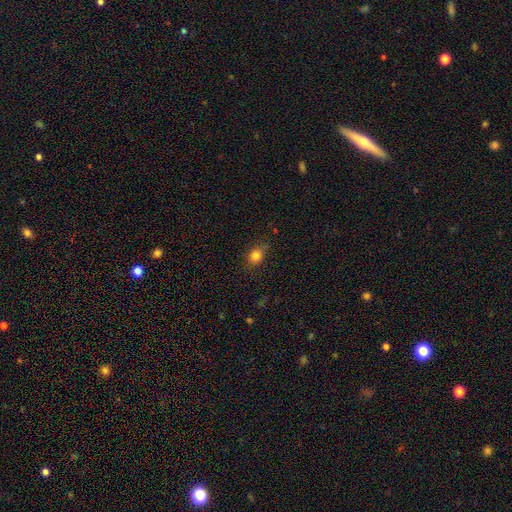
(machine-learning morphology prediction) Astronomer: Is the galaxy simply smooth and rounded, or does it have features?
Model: smooth — 81%.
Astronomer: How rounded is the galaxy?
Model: round — 64%.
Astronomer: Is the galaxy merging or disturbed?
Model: none — 76%.